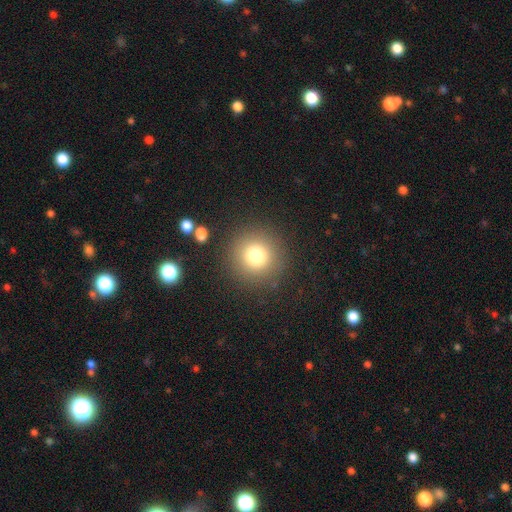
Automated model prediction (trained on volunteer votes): Smooth or featured? smooth (78%)
How rounded? round (95%)
Merging? none (88%)